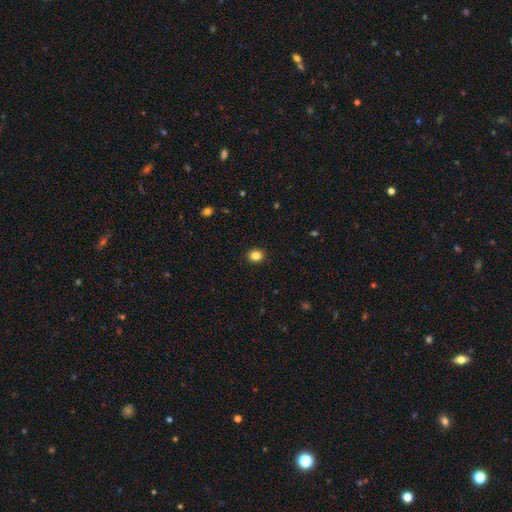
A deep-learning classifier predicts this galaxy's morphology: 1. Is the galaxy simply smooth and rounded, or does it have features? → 86% smooth, 11% star or artifact, 4% featured or disk.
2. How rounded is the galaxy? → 76% round, 23% in between, 1% cigar-shaped.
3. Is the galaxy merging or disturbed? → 91% none, 6% minor disturbance, 2% major disturbance, 1% merger.